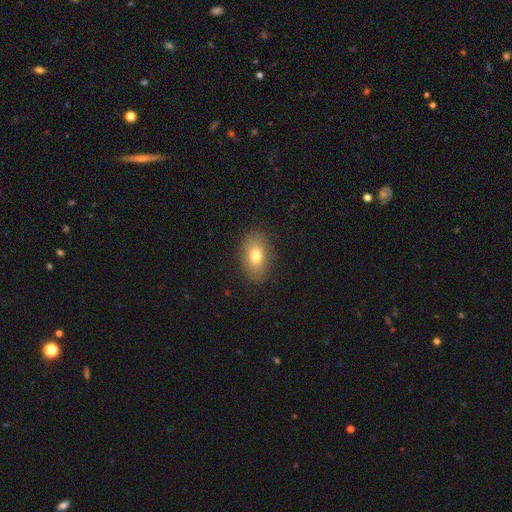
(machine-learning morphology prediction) This appears to be a smooth galaxy with no disk features (76%) that is in between round and cigar-shaped (86%). Merging: none (87%).